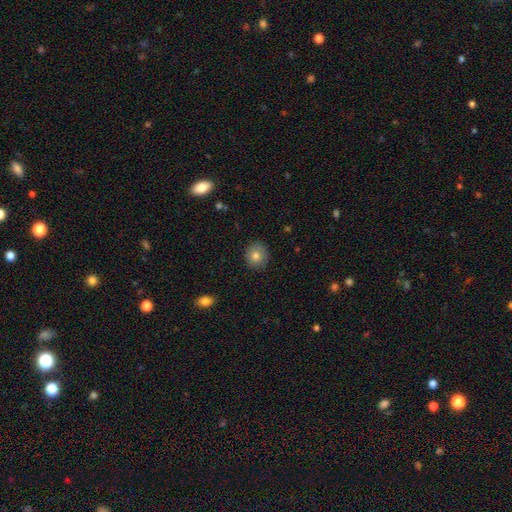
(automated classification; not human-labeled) Smooth or featured: smooth — 78% (featured or disk — 12%)
How rounded: round — 84% (in between — 15%)
Merging: none — 88% (minor disturbance — 9%)